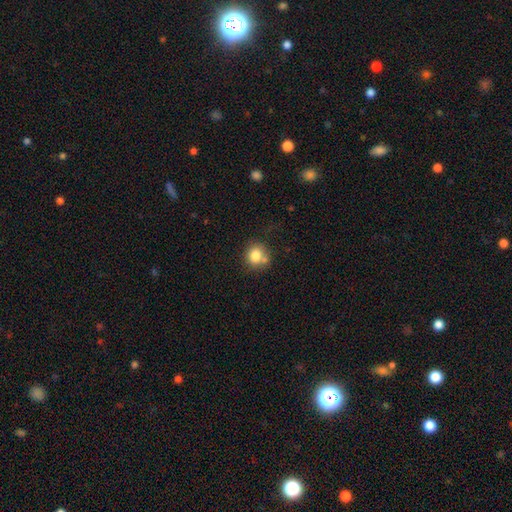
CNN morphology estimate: Smooth or featured: smooth — 80% (star or artifact — 10%)
How rounded: round — 83% (in between — 16%)
Merging: none — 62% (merger — 19%)